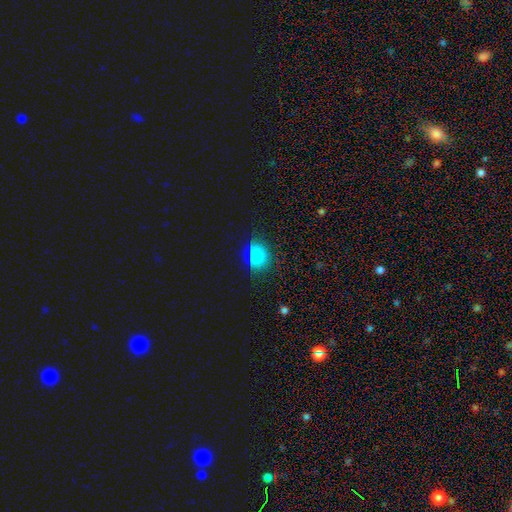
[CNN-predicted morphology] Smooth or featured? Predicted: smooth (p=0.74). How rounded? Predicted: in between (p=0.53). Merging? Predicted: none (p=0.79).